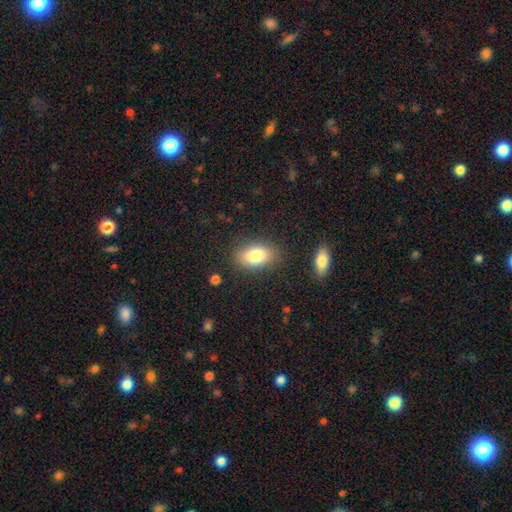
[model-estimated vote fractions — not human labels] This is clearly a smooth galaxy (82%). How rounded: clearly in between (88%). Merging: clearly none (84%).